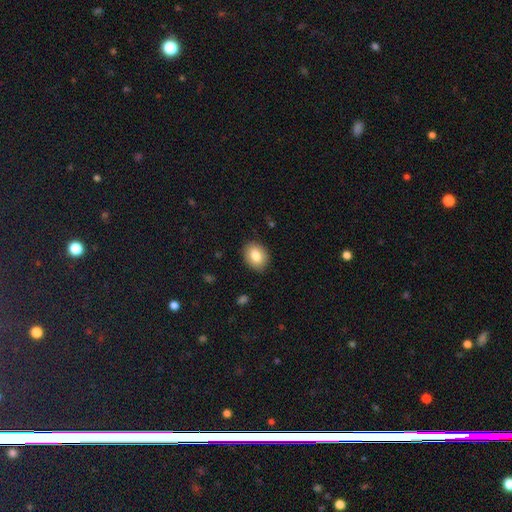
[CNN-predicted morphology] type=smooth (81%); roundness=in between (66%); merging=none (88%).